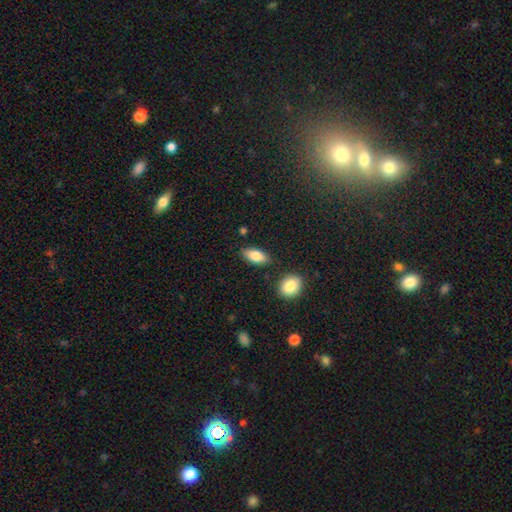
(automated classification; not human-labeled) Overall: smooth (83%). How rounded: in between (88%). Merging: none (83%).